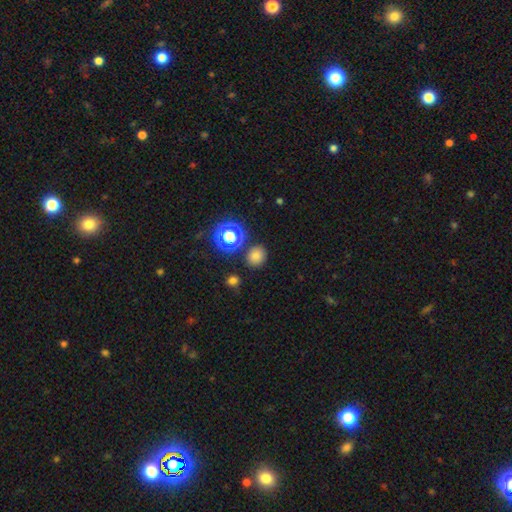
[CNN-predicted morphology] This appears to be a smooth galaxy with no disk features (74%) that is round (73%). Merging: none (83%).